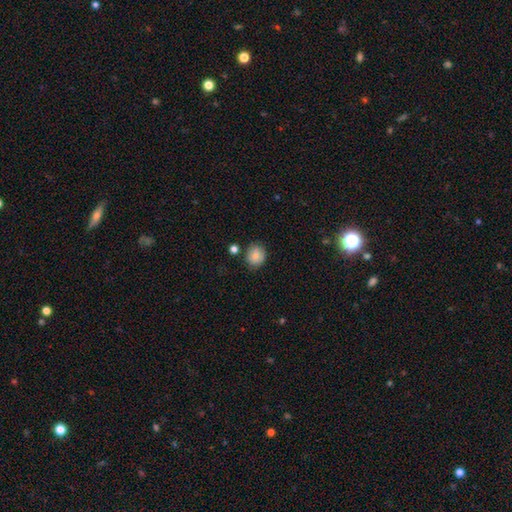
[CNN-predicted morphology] Smooth or featured? smooth (85%)
How rounded? round (79%)
Merging? none (80%)